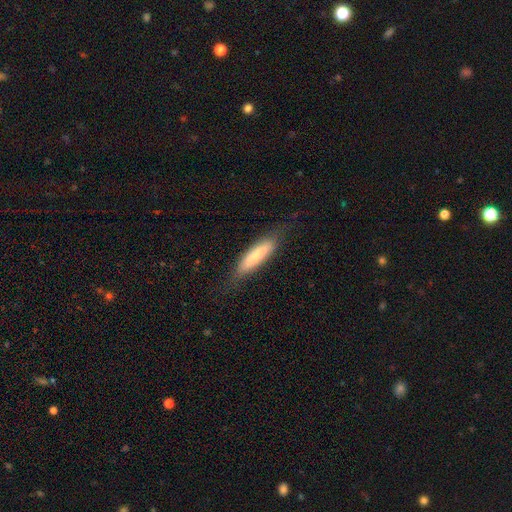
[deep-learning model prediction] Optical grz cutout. It shows a smooth galaxy with no disk features (67%) that is cigar-shaped (69%). Merging: none (76%).